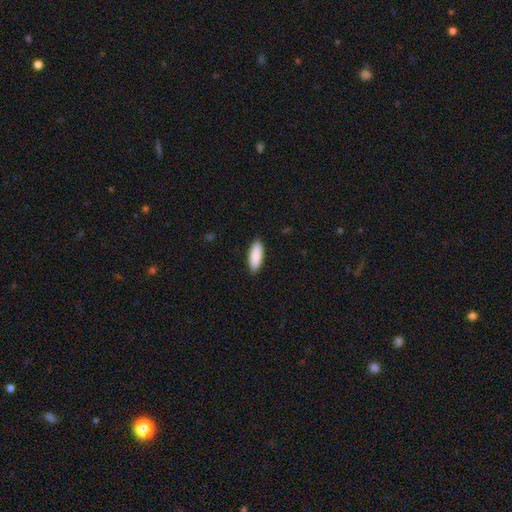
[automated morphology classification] Smooth or featured: smooth — 90% (star or artifact — 5%)
How rounded: in between — 72% (cigar-shaped — 26%)
Merging: none — 89% (minor disturbance — 8%)